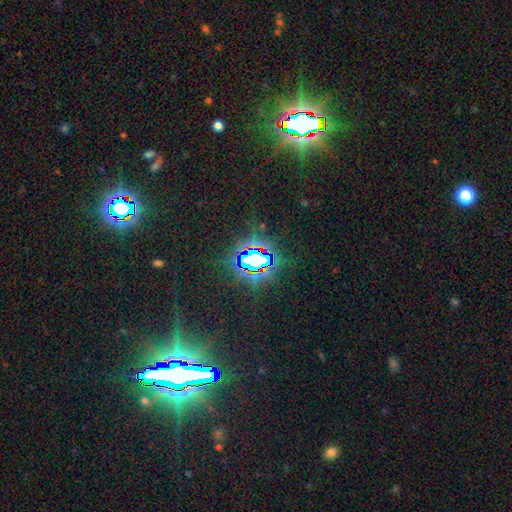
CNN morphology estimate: Smooth or featured?
  - star or artifact: 79% *
  - smooth: 12%
  - featured or disk: 9%